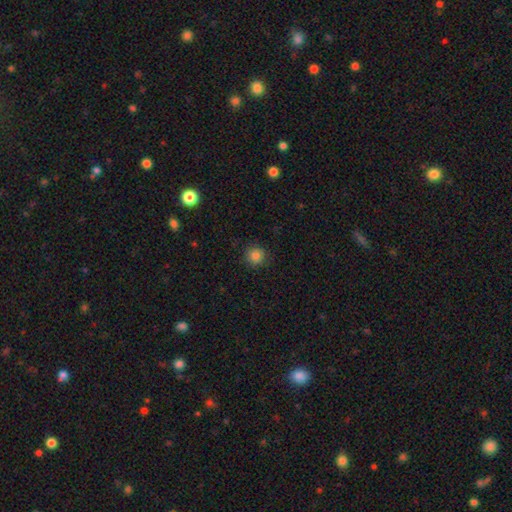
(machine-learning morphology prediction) This appears to be a smooth galaxy with no disk features (84%) that is round (93%). Merging: none (88%).